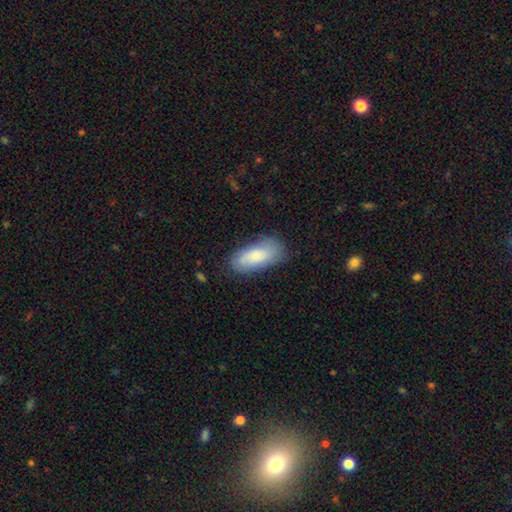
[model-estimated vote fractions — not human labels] Morphology: type=smooth (79%); roundness=in between (84%); merging=none (76%).